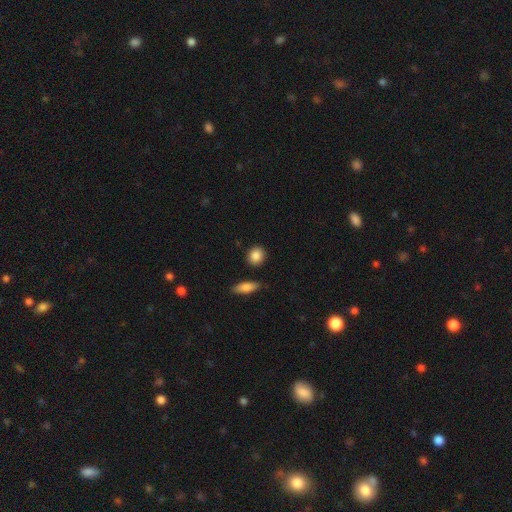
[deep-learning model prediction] A smooth galaxy with no disk features (87%) that is round (74%).

Vote fractions:
- Smooth or featured? smooth: 87% / star or artifact: 7% / featured or disk: 5%
- How rounded? round: 74% / in between: 23% / cigar-shaped: 3%
- Merging? none: 86% / minor disturbance: 8% / merger: 3% / major disturbance: 2%